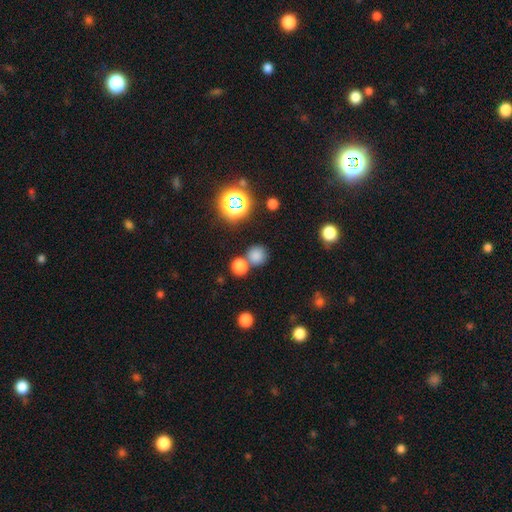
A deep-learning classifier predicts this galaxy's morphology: Smooth or featured? Predicted: smooth (p=0.75). How rounded? Predicted: round (p=0.90). Merging? Predicted: none (p=0.65).